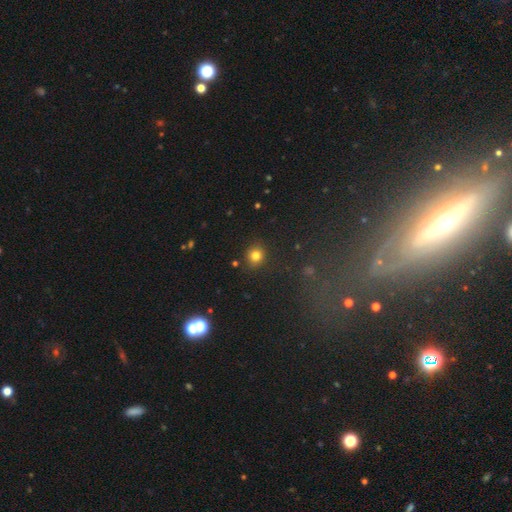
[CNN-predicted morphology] Smooth or featured?
  - smooth: 81% *
  - star or artifact: 13%
  - featured or disk: 6%
How rounded?
  - round: 85% *
  - in between: 14%
  - cigar-shaped: 1%
Merging?
  - none: 89% *
  - minor disturbance: 7%
  - major disturbance: 2%
  - merger: 2%